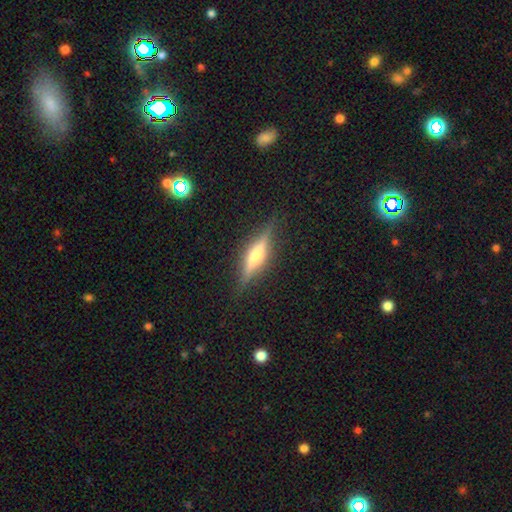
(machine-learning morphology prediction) Smooth or featured?
  - featured or disk: 71% *
  - smooth: 22%
  - star or artifact: 7%
Edge-on disk?
  - yes: 96% *
  - no: 4%
Edge-on bulge?
  - rounded: 81% *
  - boxy: 10%
  - none: 9%
Merging?
  - none: 88% *
  - minor disturbance: 9%
  - major disturbance: 2%
  - merger: 1%